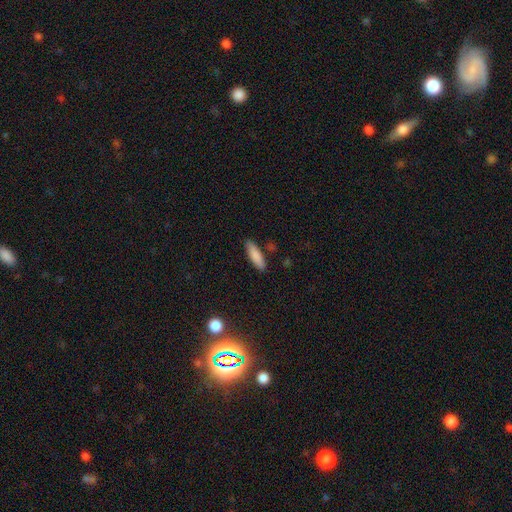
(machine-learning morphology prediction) type=smooth (85%); roundness=cigar-shaped (64%); merging=none (86%).